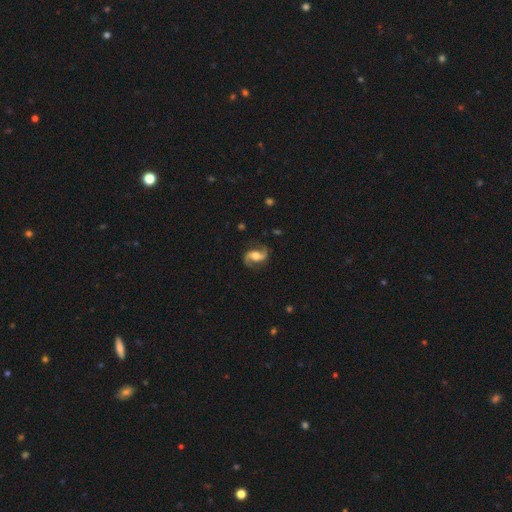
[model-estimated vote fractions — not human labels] Smooth or featured?
  - featured or disk: 89% *
  - smooth: 6%
  - star or artifact: 5%
Edge-on disk?
  - no: 98% *
  - yes: 2%
Bar?
  - weak: 39% *
  - no: 37%
  - strong: 24%
Spiral arms?
  - yes: 97% *
  - no: 3%
Spiral winding?
  - loose: 45% * (tied)
  - medium: 45% * (tied)
  - tight: 10%
Spiral arm count?
  - 2: 94% *
  - can't tell: 1%
  - 1: 1%
  - 3: 1%
  - 4: 1%
  - more than 4: 1%
Bulge size?
  - moderate: 64% *
  - large: 20%
  - small: 11%
  - none: 2%
  - dominant: 2%
Merging?
  - none: 83% *
  - minor disturbance: 11%
  - major disturbance: 4%
  - merger: 1%